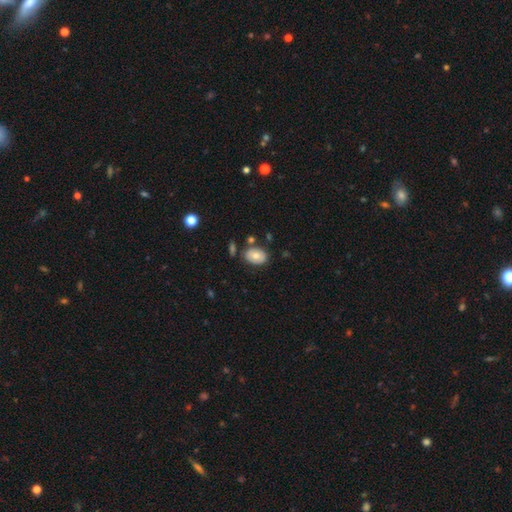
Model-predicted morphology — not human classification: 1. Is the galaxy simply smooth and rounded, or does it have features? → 73% smooth, 19% featured or disk, 8% star or artifact.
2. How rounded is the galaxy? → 81% in between, 18% round, 1% cigar-shaped.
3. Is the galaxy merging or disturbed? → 74% none, 15% minor disturbance, 7% merger, 4% major disturbance.